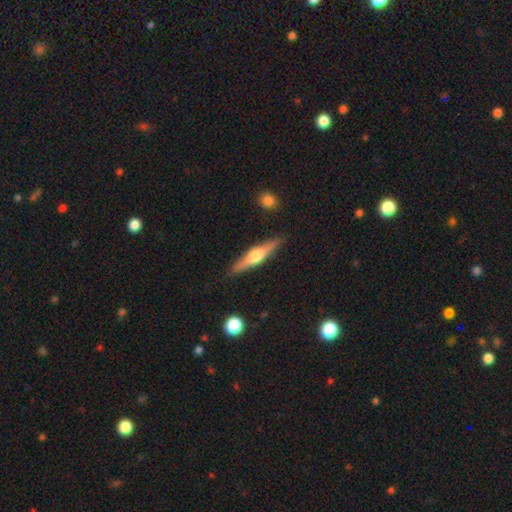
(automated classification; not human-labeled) This appears to be a featured or disk galaxy (66%) viewed edge-on (97%) with a rounded central bulge (92%). Merging: none (89%).